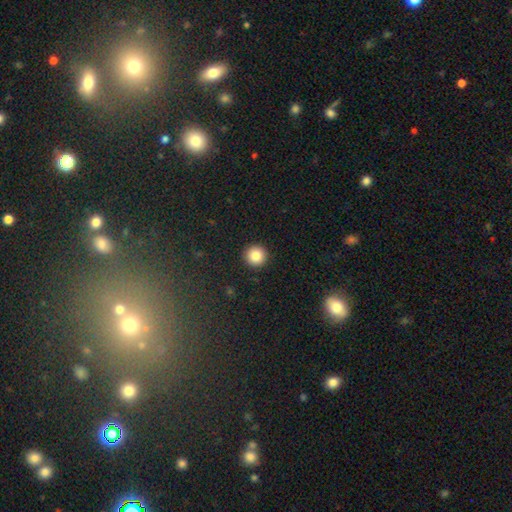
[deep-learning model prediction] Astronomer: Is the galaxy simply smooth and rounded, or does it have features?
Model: smooth — 85%.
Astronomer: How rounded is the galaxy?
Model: round — 96%.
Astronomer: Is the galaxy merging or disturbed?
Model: none — 93%.